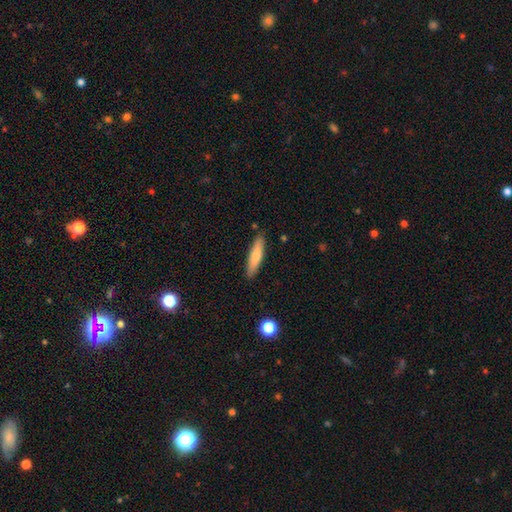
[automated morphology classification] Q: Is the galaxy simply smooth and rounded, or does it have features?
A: smooth — 71%.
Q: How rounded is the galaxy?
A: cigar-shaped — 81%.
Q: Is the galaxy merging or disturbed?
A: none — 87%.